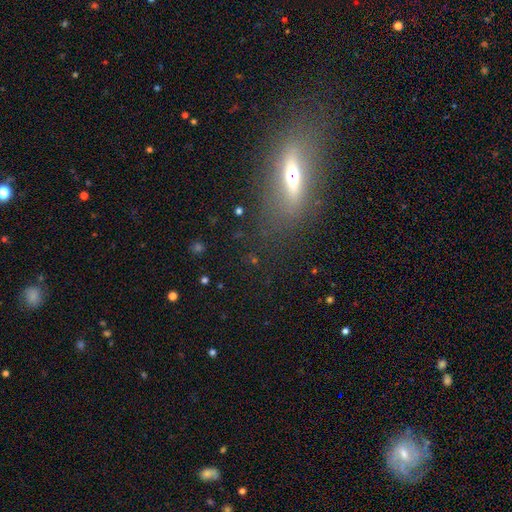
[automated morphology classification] This is marginally a featured or disk galaxy (45%). Merging: likely none (72%).